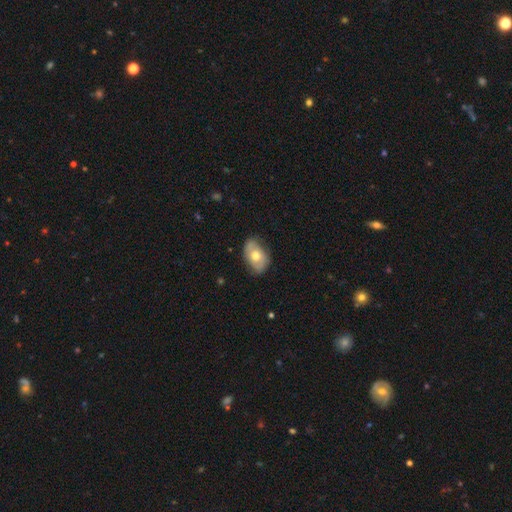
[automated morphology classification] Smooth or featured: smooth — 55% (featured or disk — 38%)
How rounded: in between — 85% (round — 14%)
Merging: none — 71% (minor disturbance — 23%)